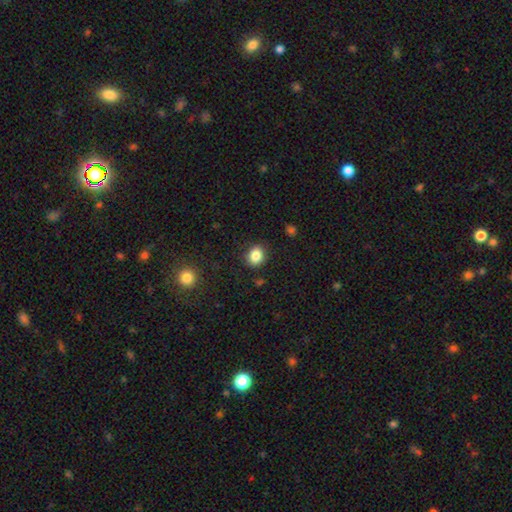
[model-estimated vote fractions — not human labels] smooth 85%, star or artifact 10%, featured or disk 5%. Down the decision tree: how rounded — round (61%); merging — none (87%).